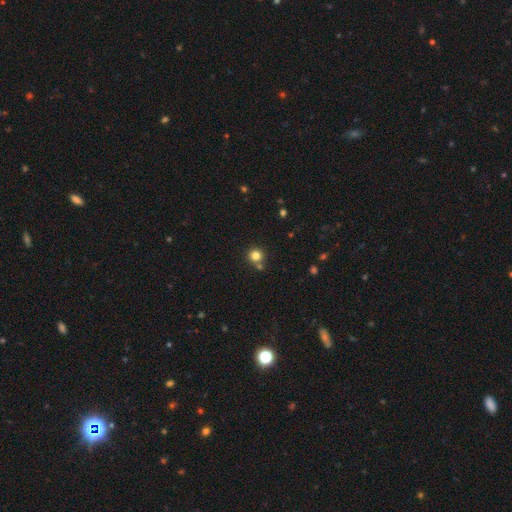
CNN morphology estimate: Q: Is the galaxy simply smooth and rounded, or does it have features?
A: smooth — 81%.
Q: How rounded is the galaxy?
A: round — 92%.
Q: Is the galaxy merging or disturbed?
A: none — 74%.